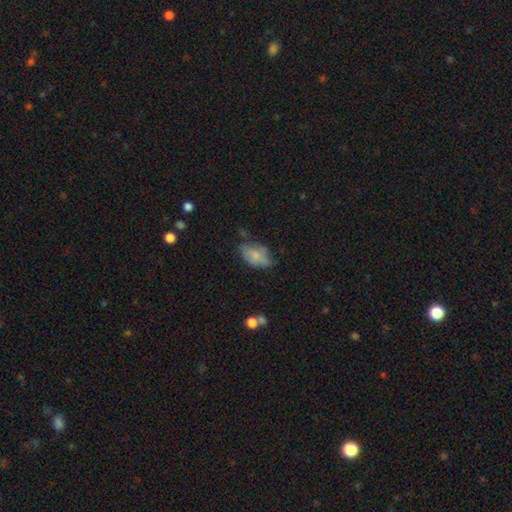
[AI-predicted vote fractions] Smooth or featured?
  - smooth: 70% *
  - featured or disk: 21%
  - star or artifact: 8%
How rounded?
  - in between: 91% *
  - round: 5%
  - cigar-shaped: 3%
Merging?
  - none: 53% *
  - minor disturbance: 33%
  - major disturbance: 10%
  - merger: 4%